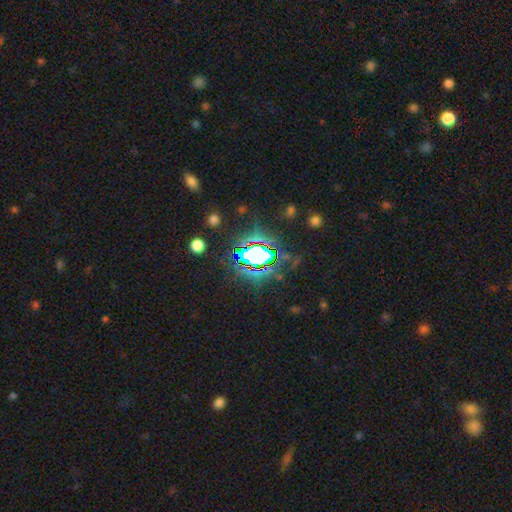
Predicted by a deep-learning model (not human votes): Smooth or featured? Predicted: star or artifact (p=0.68).